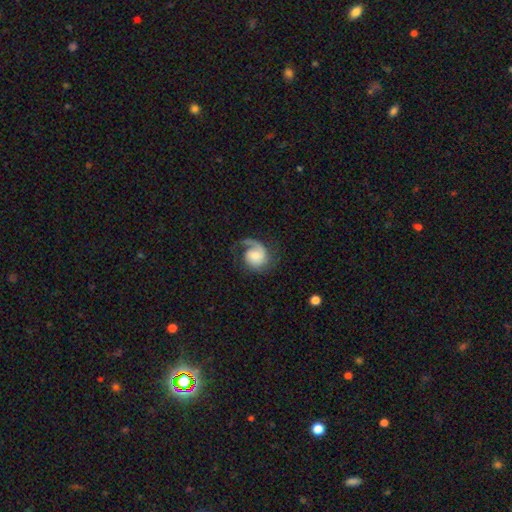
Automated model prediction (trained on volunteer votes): smooth_or_featured: featured or disk (p=0.72) [alt: smooth p=0.22]
disk_edge_on: no (p=0.98) [alt: yes p=0.02]
bar: no (p=0.70) [alt: weak p=0.26]
has_spiral_arms: yes (p=0.94) [alt: no p=0.06]
spiral_winding: medium (p=0.39) [alt: loose p=0.35]
spiral_arm_count: 1 (p=0.75) [alt: 2 p=0.18]
bulge_size: moderate (p=0.41) [alt: small p=0.35]
merging: none (p=0.51) [alt: major disturbance p=0.28]